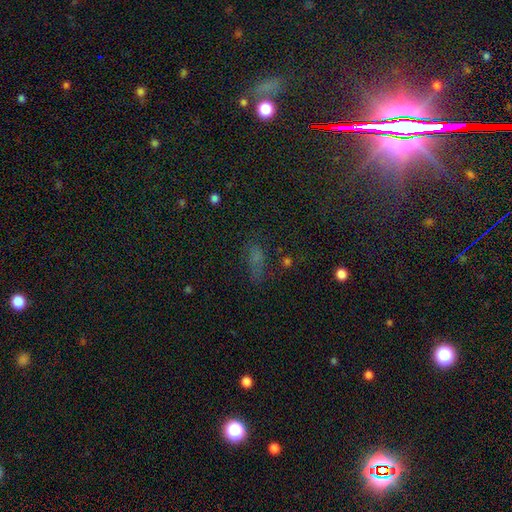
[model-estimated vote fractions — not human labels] Smooth or featured?
  - smooth: 51% *
  - star or artifact: 35%
  - featured or disk: 14%
How rounded?
  - in between: 66% *
  - cigar-shaped: 23%
  - round: 10%
Merging?
  - none: 58% *
  - minor disturbance: 22%
  - major disturbance: 15%
  - merger: 5%